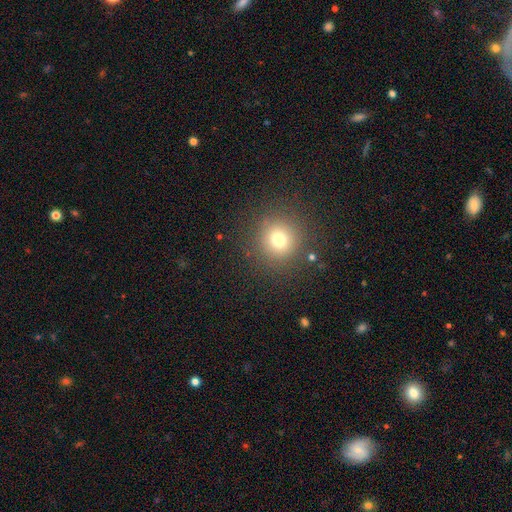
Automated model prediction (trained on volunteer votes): smooth_or_featured: smooth (p=0.63) [alt: star or artifact p=0.30]
how_rounded: round (p=0.95) [alt: in between p=0.04]
merging: none (p=0.92) [alt: minor disturbance p=0.05]